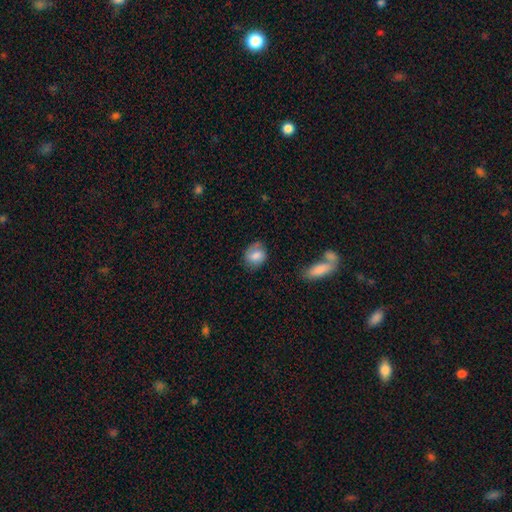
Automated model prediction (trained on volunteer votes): Q: Smooth or featured?
A: smooth (74%); runner-up: featured or disk (18%)
Q: How rounded?
A: round (56%); runner-up: in between (43%)
Q: Merging?
A: none (67%); runner-up: minor disturbance (24%)